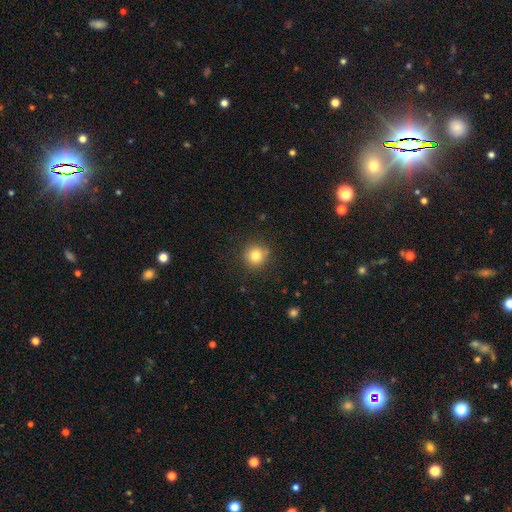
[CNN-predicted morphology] Smooth or featured? smooth (81%)
How rounded? round (93%)
Merging? none (87%)